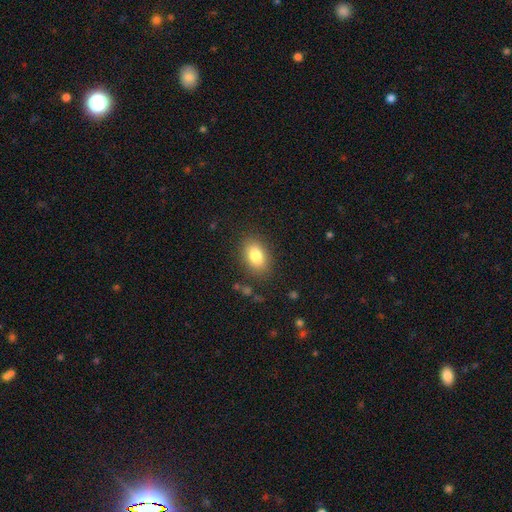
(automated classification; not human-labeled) A smooth galaxy with no disk features (83%) that is in between round and cigar-shaped (87%).

Vote fractions:
- Smooth or featured? smooth: 83% / featured or disk: 9% / star or artifact: 8%
- How rounded? in between: 87% / round: 12% / cigar-shaped: 2%
- Merging? none: 85% / minor disturbance: 10% / major disturbance: 4% / merger: 2%